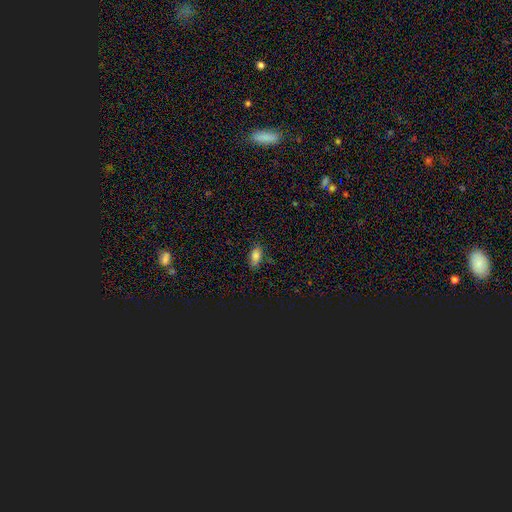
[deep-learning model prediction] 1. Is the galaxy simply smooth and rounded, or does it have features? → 79% smooth, 12% star or artifact, 8% featured or disk.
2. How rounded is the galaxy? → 86% in between, 8% cigar-shaped, 6% round.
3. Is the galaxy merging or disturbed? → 77% none, 17% minor disturbance, 3% major disturbance, 2% merger.